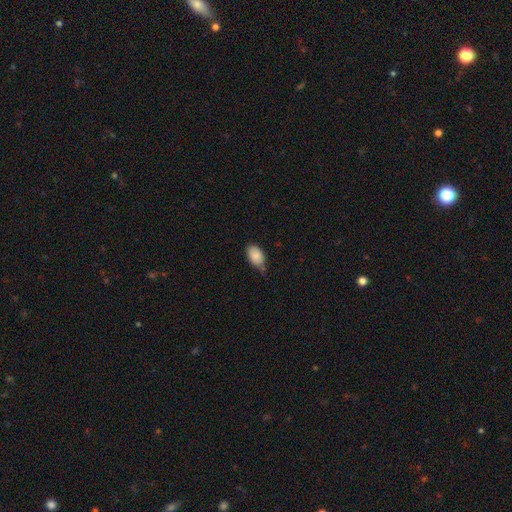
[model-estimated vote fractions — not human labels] Morphology: type=smooth (87%); roundness=in between (92%); merging=none (55%).